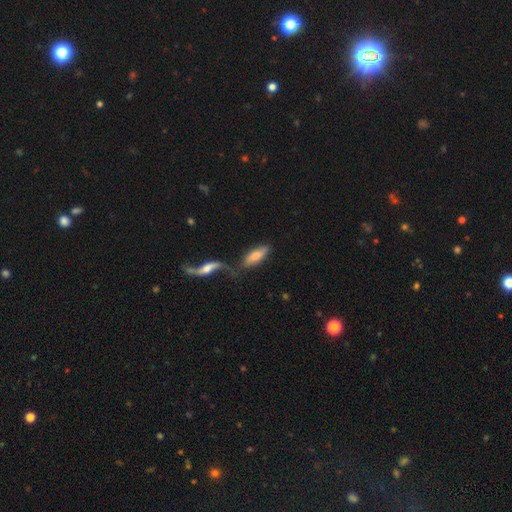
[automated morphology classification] Smooth or featured?
  - smooth: 66% *
  - featured or disk: 28%
  - star or artifact: 6%
How rounded?
  - in between: 61% *
  - cigar-shaped: 36%
  - round: 2%
Merging?
  - none: 48% *
  - merger: 29%
  - minor disturbance: 16%
  - major disturbance: 7%